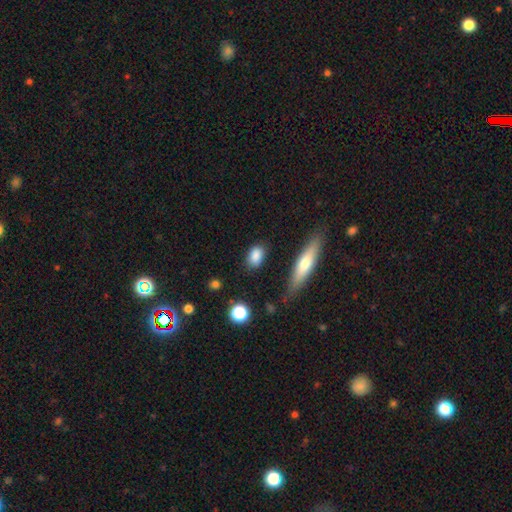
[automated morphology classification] smooth-or-featured: smooth: 85% | star or artifact: 8% | featured or disk: 7%
  how-rounded: in between: 74% | round: 20% | cigar-shaped: 5%
  merging: none: 81% | minor disturbance: 13% | major disturbance: 3% | merger: 3%